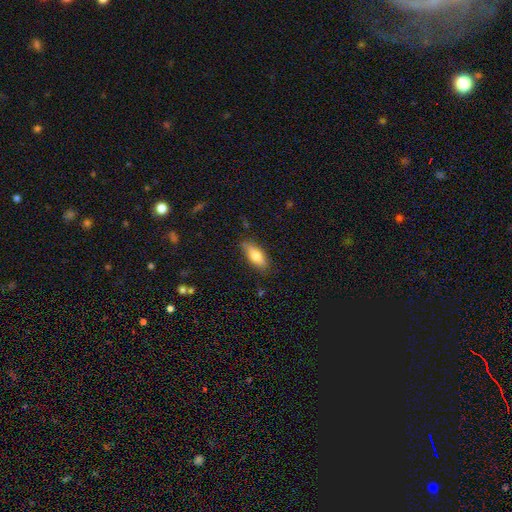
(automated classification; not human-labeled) A smooth galaxy with no disk features (76%) that is in between round and cigar-shaped (73%). Merging: none (81%).